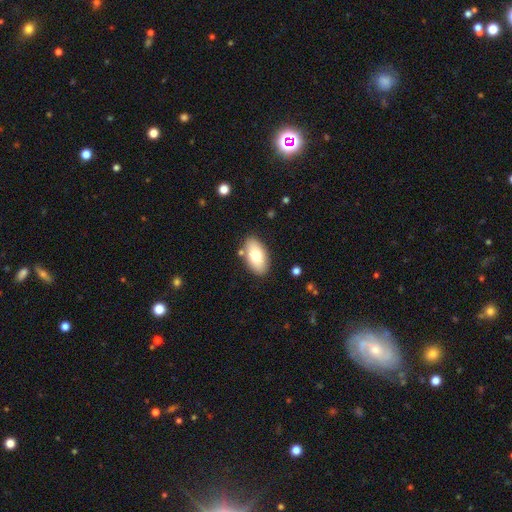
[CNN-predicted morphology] smooth_or_featured: smooth (p=0.76) [alt: featured or disk p=0.17]
how_rounded: in between (p=0.94) [alt: round p=0.03]
merging: none (p=0.84) [alt: minor disturbance p=0.10]